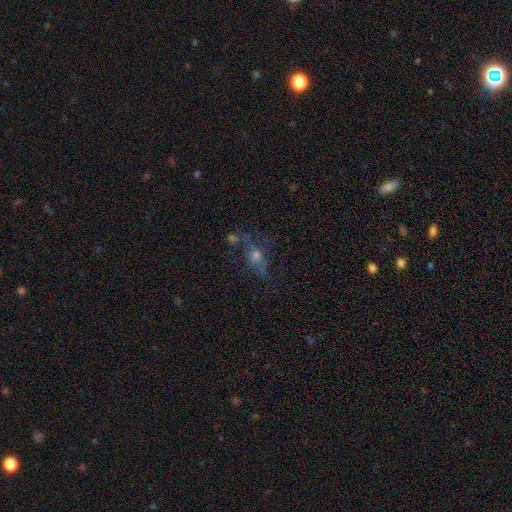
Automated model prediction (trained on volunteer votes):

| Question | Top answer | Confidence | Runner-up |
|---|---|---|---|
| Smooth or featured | featured or disk | 38% | star or artifact (34%) |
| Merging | none | 52% | major disturbance (18%) |